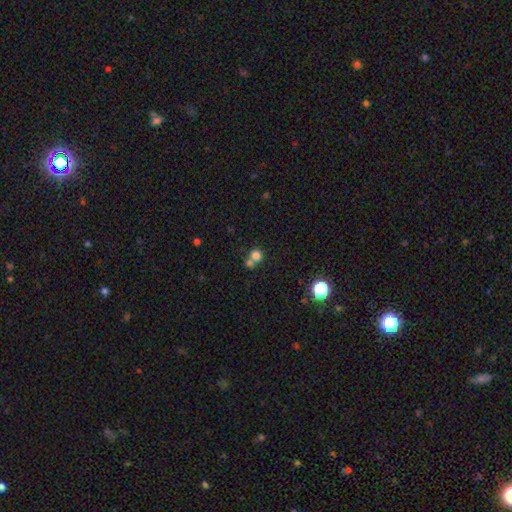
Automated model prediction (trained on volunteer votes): smooth-or-featured: smooth: 77% | star or artifact: 14% | featured or disk: 9%
  how-rounded: round: 87% | in between: 12% | cigar-shaped: 1%
  merging: none: 45% (tied) | merger: 45% (tied) | minor disturbance: 6% | major disturbance: 3%